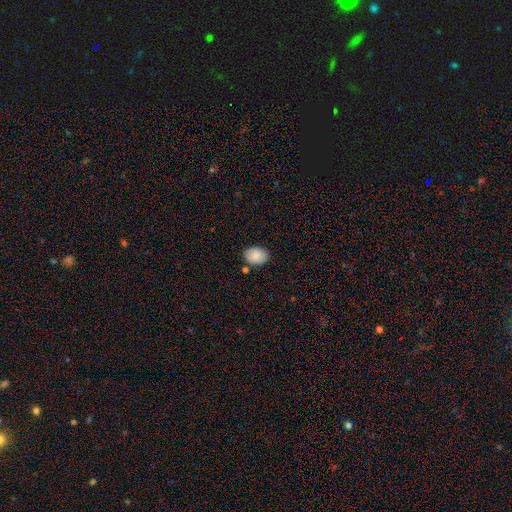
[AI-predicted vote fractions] Smooth or featured: smooth — 87% (star or artifact — 7%)
How rounded: in between — 75% (round — 24%)
Merging: none — 83% (minor disturbance — 11%)